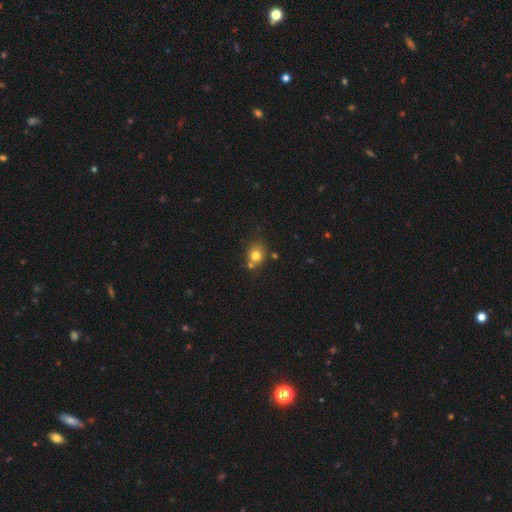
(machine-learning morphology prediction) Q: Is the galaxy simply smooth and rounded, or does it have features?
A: smooth — 78%.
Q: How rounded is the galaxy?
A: round — 70%.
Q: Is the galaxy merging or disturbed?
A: none — 63%.